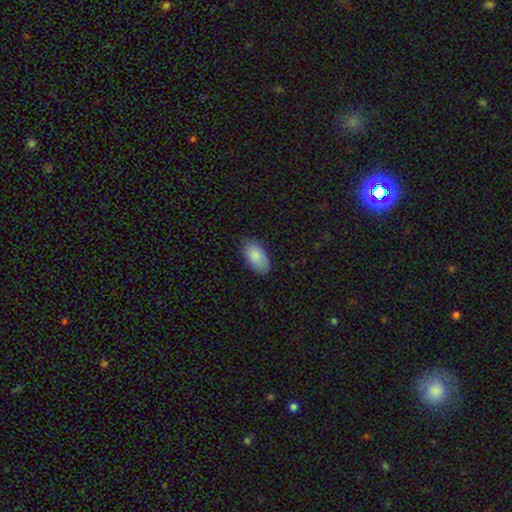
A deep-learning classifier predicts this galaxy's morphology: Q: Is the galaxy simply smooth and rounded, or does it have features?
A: smooth — 87%.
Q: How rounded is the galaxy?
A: in between — 95%.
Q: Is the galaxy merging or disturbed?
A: none — 82%.